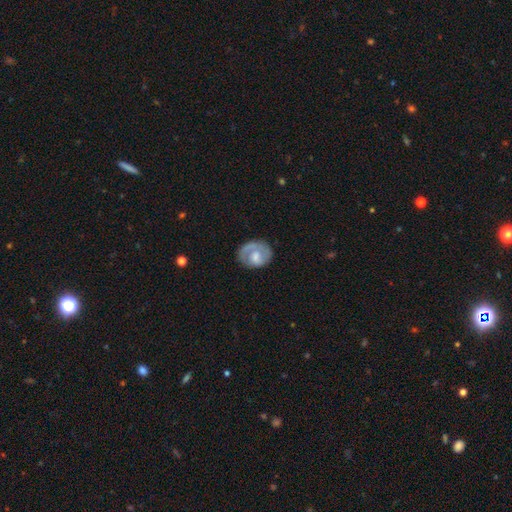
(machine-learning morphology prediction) type=featured or disk (58%); edge-on=no (97%); bar=no (53%); spiral arms=yes (79%); bulge=moderate (42%); merging=none (68%).